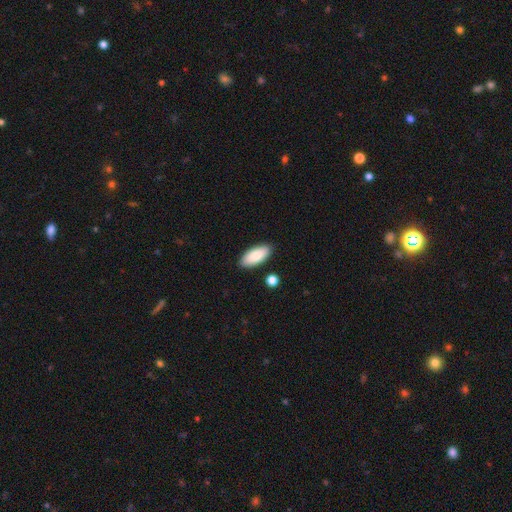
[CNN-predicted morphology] smooth 87%, featured or disk 7%, star or artifact 6%. Down the decision tree: how rounded — in between (87%); merging — none (87%).